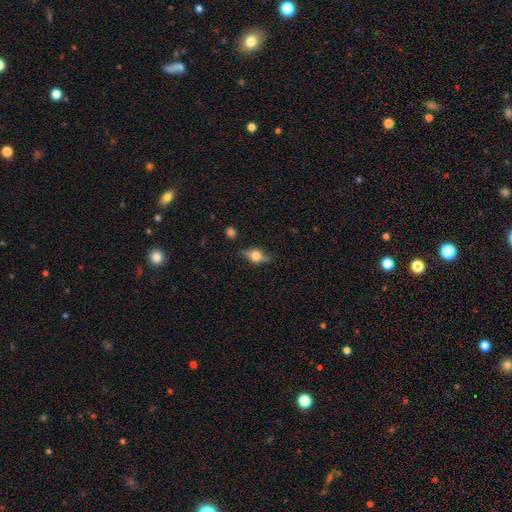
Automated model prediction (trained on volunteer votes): Smooth or featured: featured or disk — 52% (smooth — 39%)
Edge-on disk: yes — 92% (no — 8%)
Merging: none — 79% (minor disturbance — 15%)